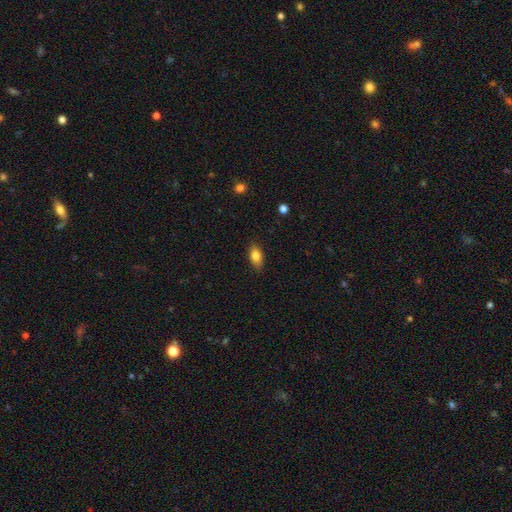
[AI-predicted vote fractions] Morphology: type=smooth (83%); roundness=in between (86%); merging=none (85%).